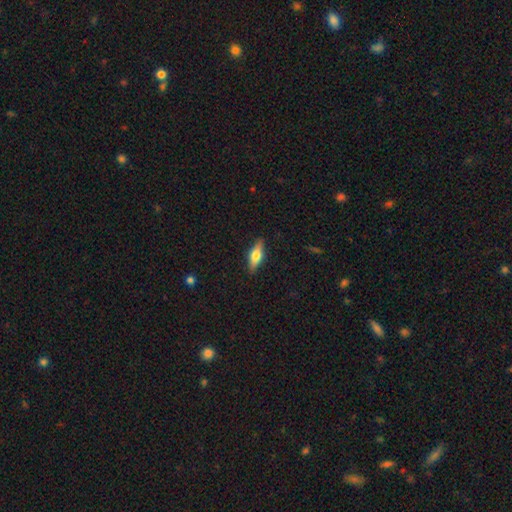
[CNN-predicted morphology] This is possibly a smooth galaxy (56%). How rounded: possibly in between (58%). Merging: clearly none (87%).